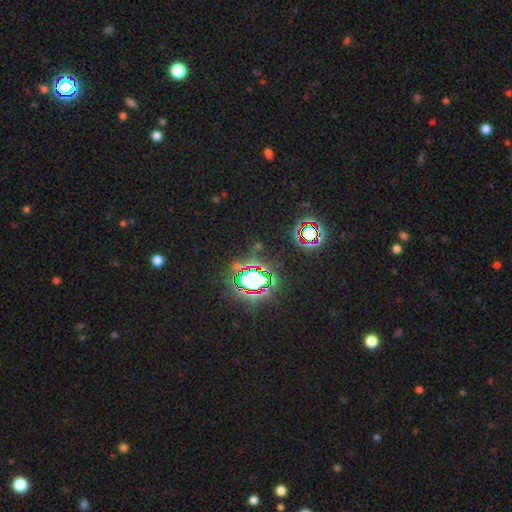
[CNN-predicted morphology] A star or artifact, not a galaxy (81%).